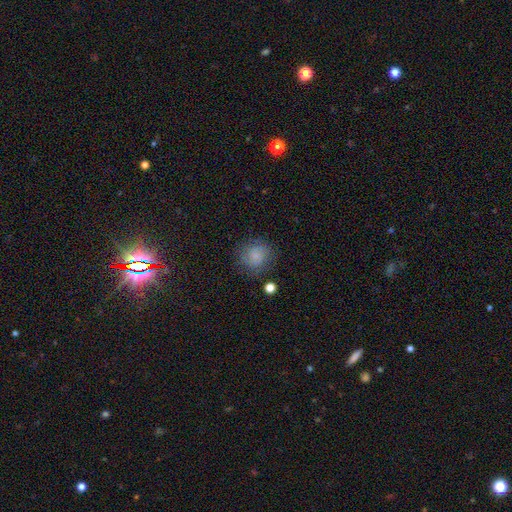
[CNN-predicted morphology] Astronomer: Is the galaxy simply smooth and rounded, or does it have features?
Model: smooth — 72%.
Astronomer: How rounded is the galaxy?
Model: round — 85%.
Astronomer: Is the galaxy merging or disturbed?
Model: none — 75%.